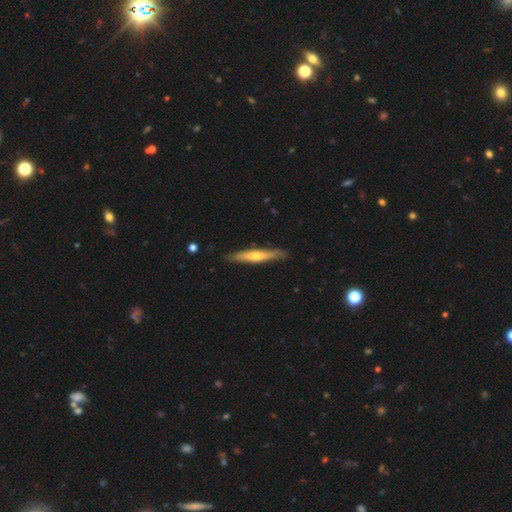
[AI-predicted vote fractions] Smooth or featured: featured or disk — 49% (smooth — 45%)
Merging: none — 86% (minor disturbance — 11%)